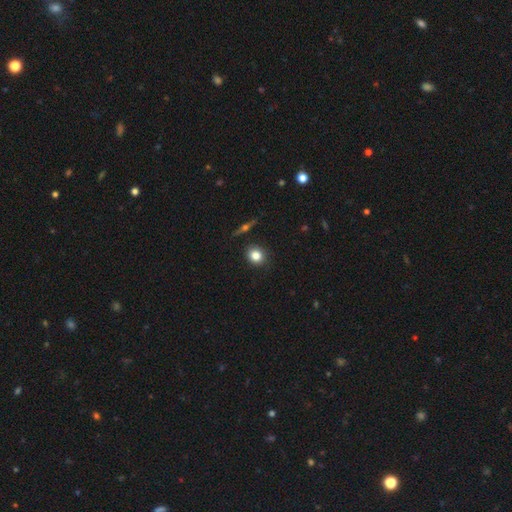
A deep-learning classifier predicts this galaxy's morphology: Smooth or featured? smooth (81%)
How rounded? round (75%)
Merging? none (87%)